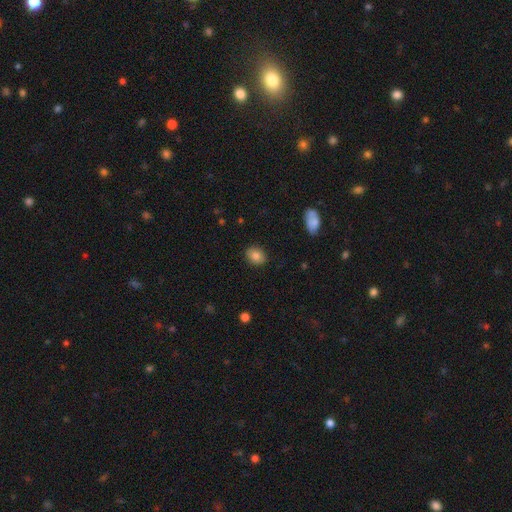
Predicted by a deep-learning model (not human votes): smooth-or-featured: smooth: 83% | star or artifact: 9% | featured or disk: 8%
  how-rounded: round: 50% | in between: 49% | cigar-shaped: 1%
  merging: none: 88% | minor disturbance: 9% | major disturbance: 2% | merger: 1%